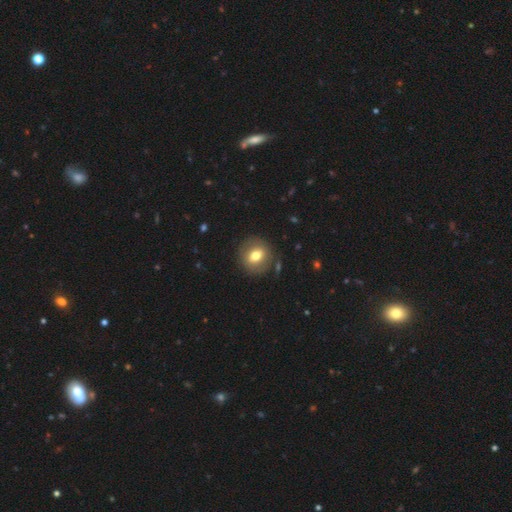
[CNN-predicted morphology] Smooth or featured?
  - smooth: 66% *
  - featured or disk: 25%
  - star or artifact: 9%
How rounded?
  - round: 77% *
  - in between: 22%
  - cigar-shaped: 1%
Merging?
  - none: 85% *
  - minor disturbance: 9%
  - major disturbance: 4%
  - merger: 2%